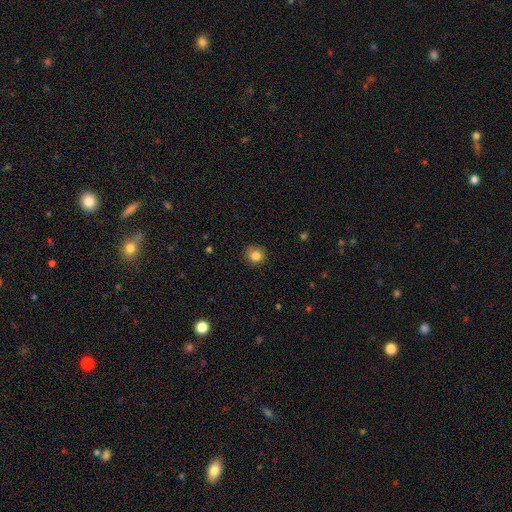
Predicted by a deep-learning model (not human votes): Smooth or featured? Predicted: smooth (p=0.83). How rounded? Predicted: round (p=0.87). Merging? Predicted: none (p=0.83).